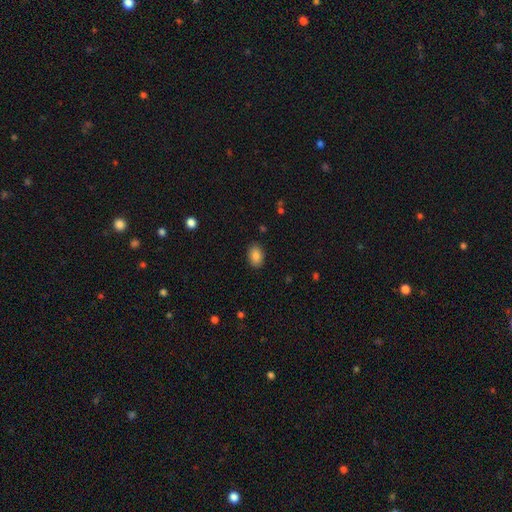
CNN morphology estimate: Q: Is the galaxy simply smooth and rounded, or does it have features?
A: smooth — 86%.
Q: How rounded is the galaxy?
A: in between — 85%.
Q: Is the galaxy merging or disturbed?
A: none — 88%.